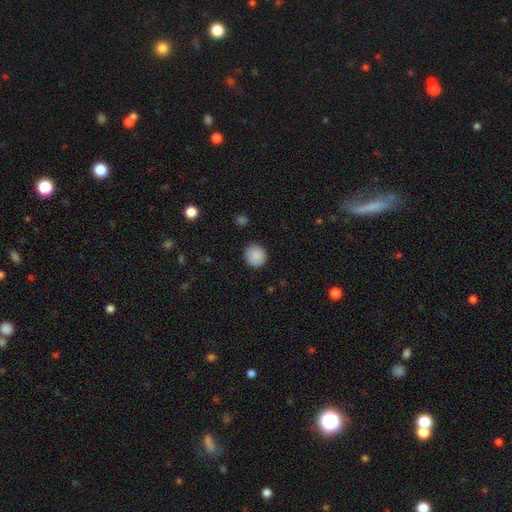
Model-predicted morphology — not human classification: Smooth or featured? Predicted: smooth (p=0.89). How rounded? Predicted: round (p=0.89). Merging? Predicted: none (p=0.89).